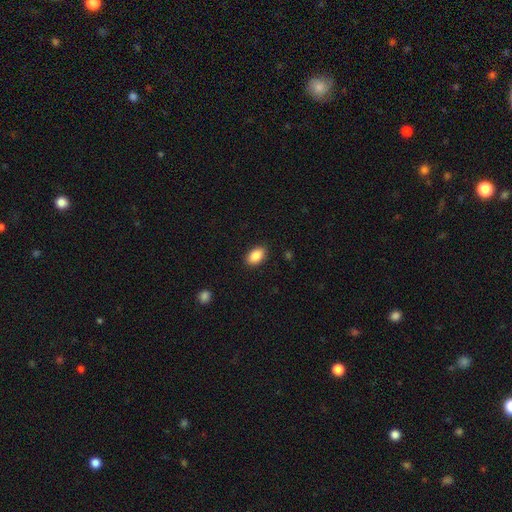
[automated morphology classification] Smooth or featured? Predicted: smooth (p=0.89). How rounded? Predicted: in between (p=0.90). Merging? Predicted: none (p=0.88).